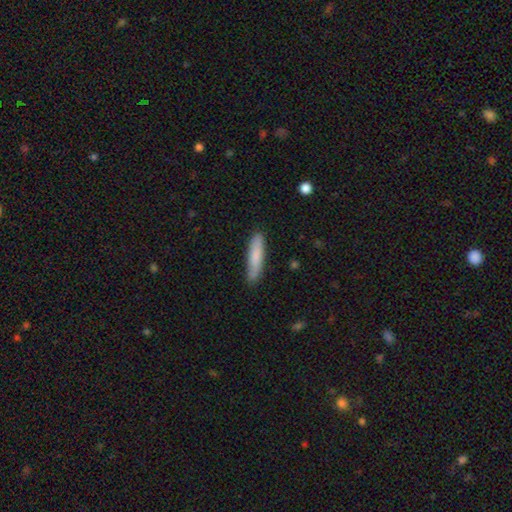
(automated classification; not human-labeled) smooth-or-featured: smooth: 80% | featured or disk: 15% | star or artifact: 5%
  how-rounded: cigar-shaped: 83% | in between: 16% | round: 1%
  merging: none: 84% | minor disturbance: 13% | major disturbance: 2% | merger: 1%